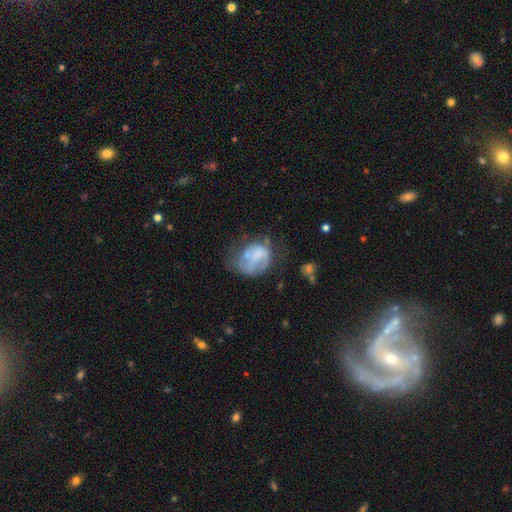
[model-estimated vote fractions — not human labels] Q: Smooth or featured?
A: smooth (49%); runner-up: featured or disk (41%)
Q: Merging?
A: major disturbance (34%); runner-up: none (32%)